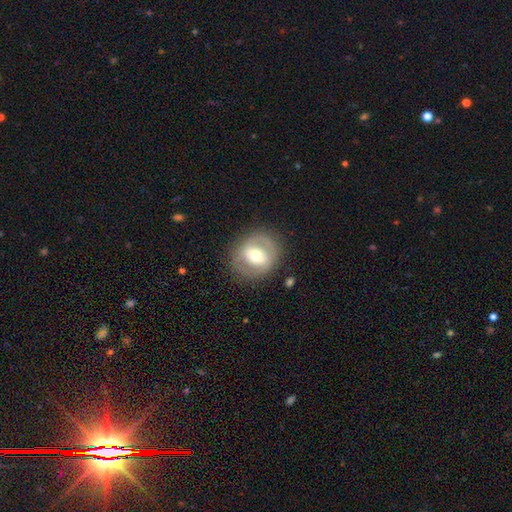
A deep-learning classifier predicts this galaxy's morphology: Smooth or featured? Predicted: featured or disk (p=0.54). Edge-on disk? Predicted: no (p=0.95). Bar? Predicted: no (p=0.38). Spiral arms? Predicted: no (p=0.67). Bulge size? Predicted: moderate (p=0.70). Merging? Predicted: none (p=0.80).